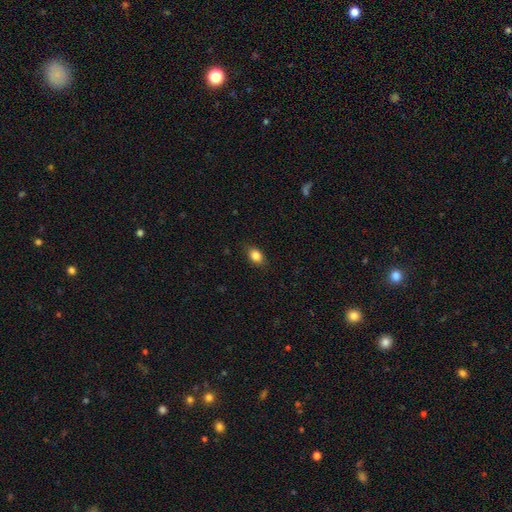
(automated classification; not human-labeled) Q: Smooth or featured?
A: smooth (85%); runner-up: star or artifact (9%)
Q: How rounded?
A: in between (72%); runner-up: round (26%)
Q: Merging?
A: none (85%); runner-up: minor disturbance (12%)